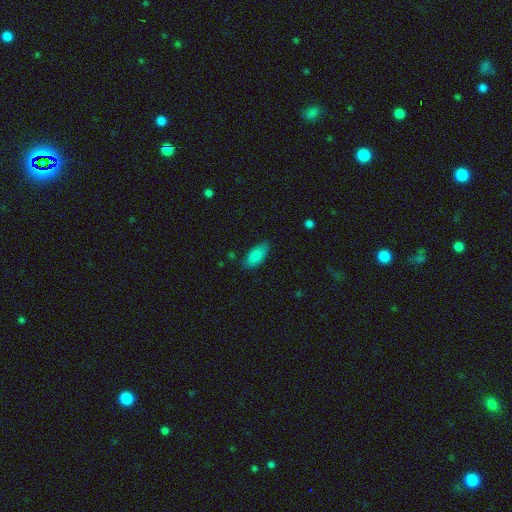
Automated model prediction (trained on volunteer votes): The model was most divided on "merging": none: 81%, minor disturbance: 15%, major disturbance: 3%, merger: 1%. More confident: smooth or featured — smooth (87%); how rounded — in between (87%).